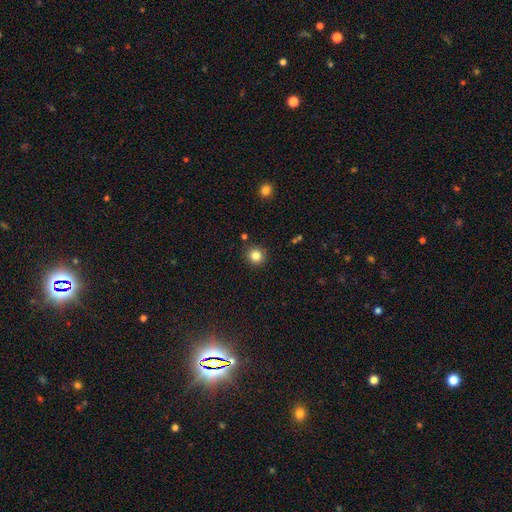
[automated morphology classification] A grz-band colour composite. It shows a smooth galaxy with no disk features (83%) that is round (90%). Merging: none (88%).